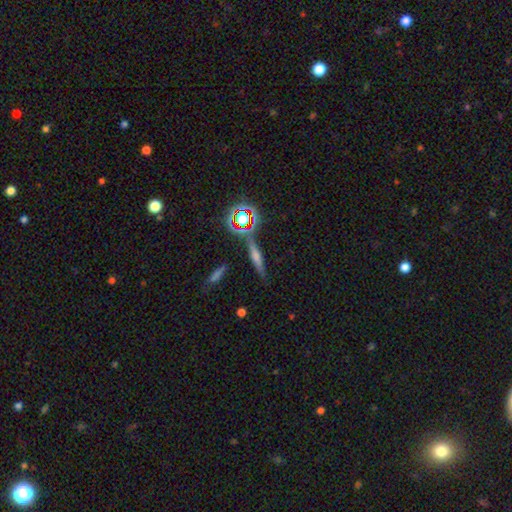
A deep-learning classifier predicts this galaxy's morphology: smooth-or-featured: featured or disk: 43% | smooth: 34% | star or artifact: 23%
  merging: none: 82% | minor disturbance: 10% | merger: 6% | major disturbance: 3%